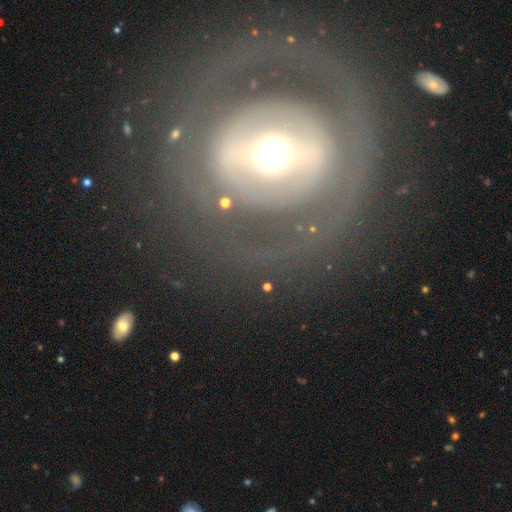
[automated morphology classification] smooth_or_featured: featured or disk (p=0.72) [alt: smooth p=0.21]
disk_edge_on: no (p=0.93) [alt: yes p=0.07]
bar: strong (p=0.43) [alt: no p=0.29]
has_spiral_arms: no (p=0.61) [alt: yes p=0.39]
bulge_size: moderate (p=0.59) [alt: large p=0.22]
merging: none (p=0.78) [alt: major disturbance p=0.11]